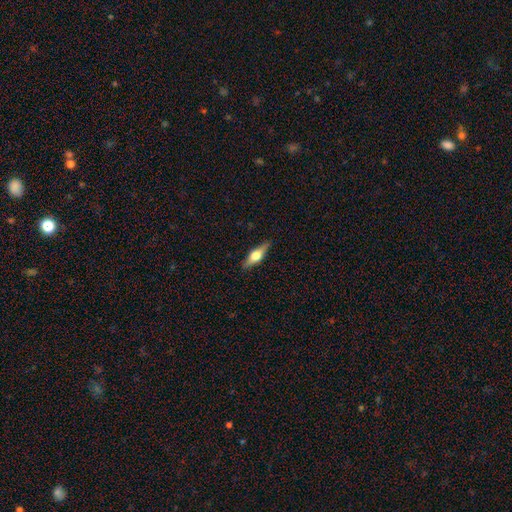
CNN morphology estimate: smooth_or_featured: featured or disk (p=0.52) [alt: smooth p=0.43]
disk_edge_on: yes (p=0.93) [alt: no p=0.07]
merging: none (p=0.87) [alt: minor disturbance p=0.10]